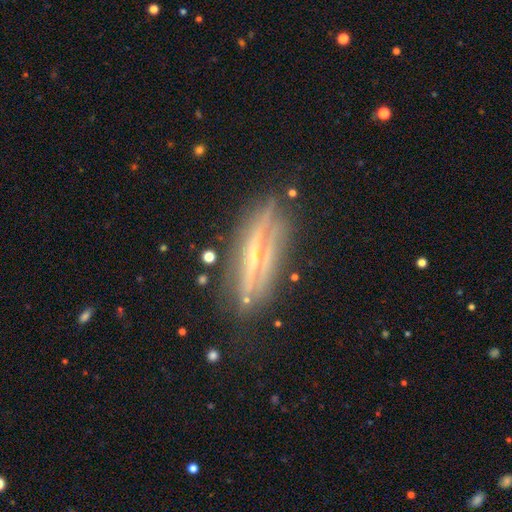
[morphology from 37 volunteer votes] This is likely a featured or disk galaxy (70%). It is clearly viewed edge-on (81%). Edge-on bulge: likely rounded (71%). Merging: likely none (66%).